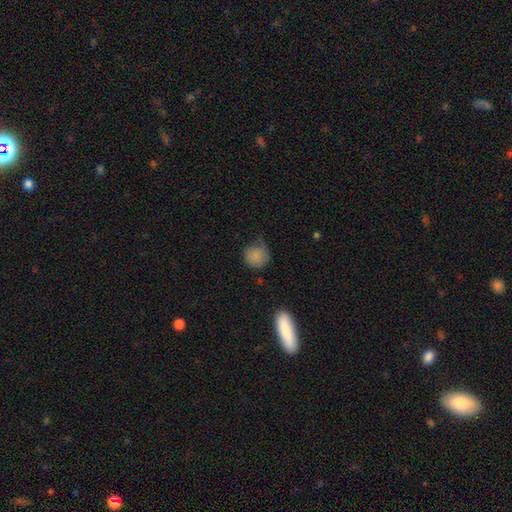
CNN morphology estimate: A smooth galaxy with no disk features (83%) that is round (87%). Merging: none (55%).